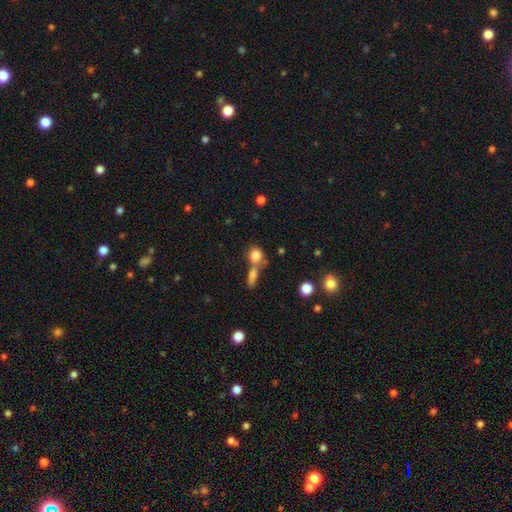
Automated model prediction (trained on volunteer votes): Smooth or featured: smooth — 81% (star or artifact — 11%)
How rounded: round — 55% (in between — 42%)
Merging: merger — 45% (none — 39%)